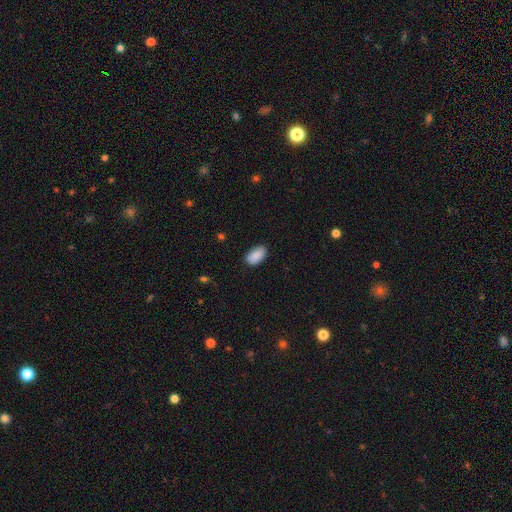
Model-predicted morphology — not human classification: Q: Smooth or featured?
A: smooth (89%); runner-up: star or artifact (7%)
Q: How rounded?
A: in between (95%); runner-up: round (4%)
Q: Merging?
A: none (85%); runner-up: minor disturbance (12%)